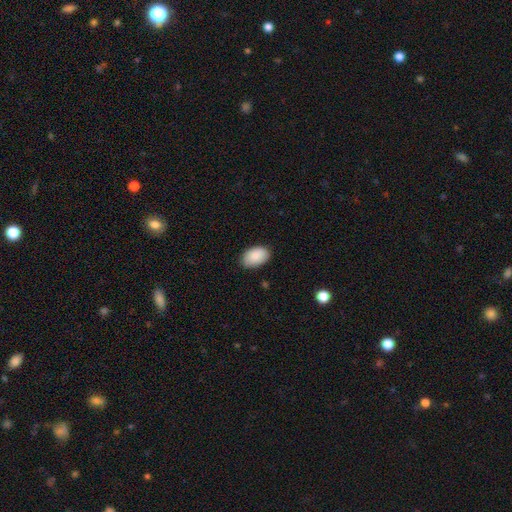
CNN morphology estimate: Smooth or featured: smooth — 89% (star or artifact — 6%)
How rounded: in between — 92% (round — 7%)
Merging: none — 82% (minor disturbance — 15%)